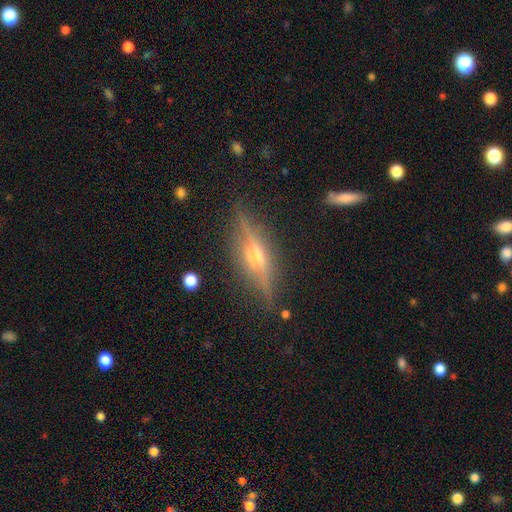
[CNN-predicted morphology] A featured or disk galaxy (79%) viewed edge-on (96%) with a rounded central bulge (91%).

Vote fractions:
- Smooth or featured? featured or disk: 79% / smooth: 13% / star or artifact: 8%
- Edge-on disk? yes: 96% / no: 4%
- Edge-on bulge? rounded: 91% / boxy: 6% / none: 3%
- Merging? none: 86% / minor disturbance: 10% / major disturbance: 3% / merger: 1%